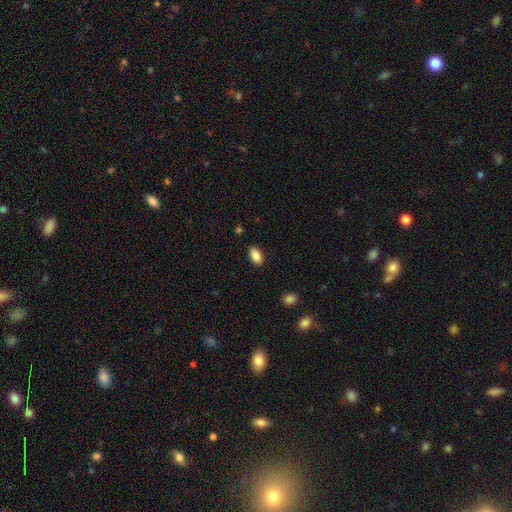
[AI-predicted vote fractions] Q: Smooth or featured?
A: smooth (88%); runner-up: star or artifact (8%)
Q: How rounded?
A: in between (93%); runner-up: round (5%)
Q: Merging?
A: none (88%); runner-up: minor disturbance (9%)